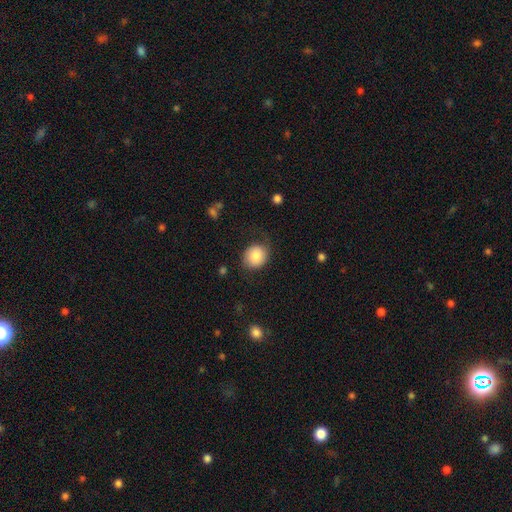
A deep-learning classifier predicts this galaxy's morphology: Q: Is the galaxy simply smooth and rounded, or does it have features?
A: smooth — 81%.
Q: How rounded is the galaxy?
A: round — 72%.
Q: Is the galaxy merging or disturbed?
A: none — 70%.